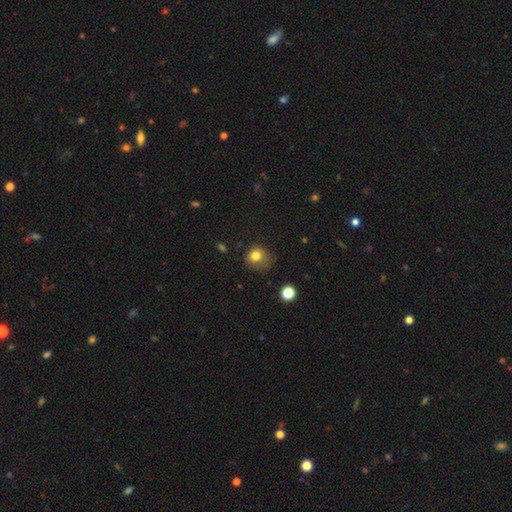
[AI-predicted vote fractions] The model was most divided on "merging": none: 50%, minor disturbance: 31%, major disturbance: 16%, merger: 2%. More confident: smooth or featured — smooth (79%); how rounded — round (77%).